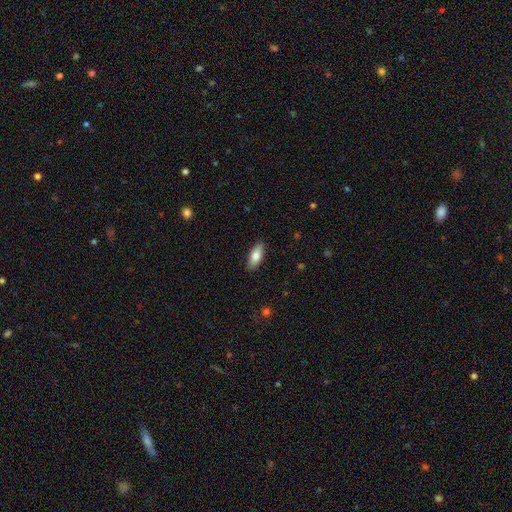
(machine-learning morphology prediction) Smooth or featured: smooth — 83% (featured or disk — 11%)
How rounded: in between — 81% (cigar-shaped — 17%)
Merging: none — 87% (minor disturbance — 10%)